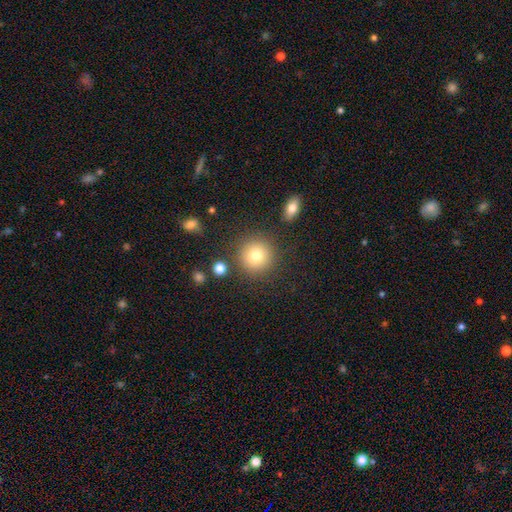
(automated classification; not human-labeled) smooth 78%, star or artifact 12%, featured or disk 10%. Down the decision tree: how rounded — round (94%); merging — none (86%).